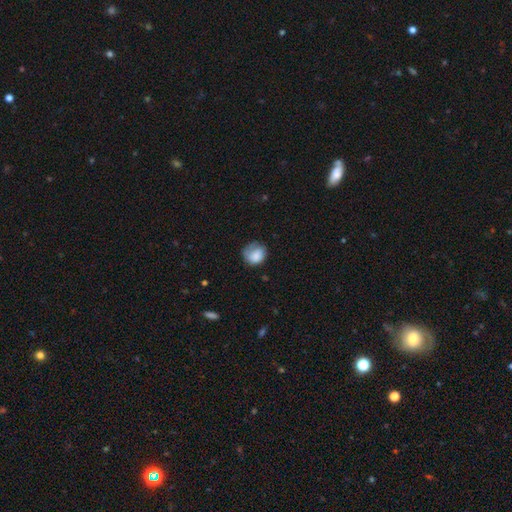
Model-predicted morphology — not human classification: The model was most divided on "merging": none: 47%, minor disturbance: 31%, major disturbance: 19%, merger: 2%. More confident: smooth or featured — smooth (79%); how rounded — round (68%).